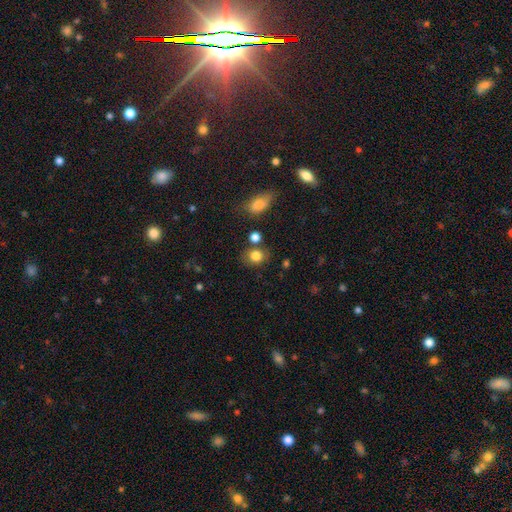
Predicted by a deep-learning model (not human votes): Smooth or featured? Predicted: smooth (p=0.82). How rounded? Predicted: round (p=0.62). Merging? Predicted: none (p=0.72).